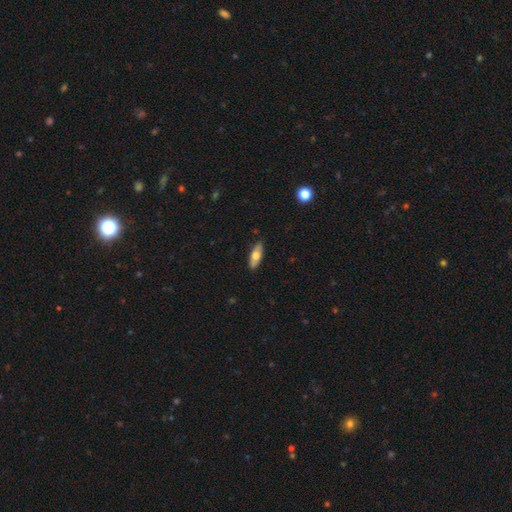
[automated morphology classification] Smooth or featured? smooth (62%)
How rounded? in between (64%)
Merging? none (87%)